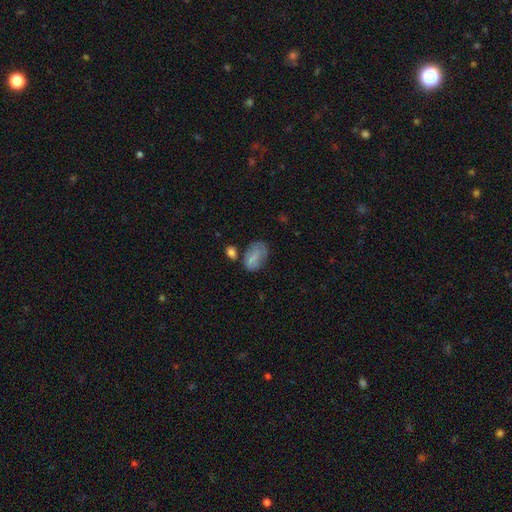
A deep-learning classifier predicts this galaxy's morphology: This is likely a smooth galaxy (73%). How rounded: clearly in between (89%). Merging: possibly none (46%).